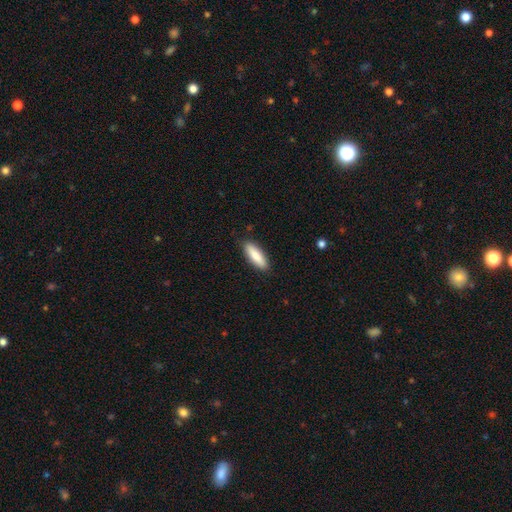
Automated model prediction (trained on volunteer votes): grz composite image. It shows a smooth galaxy with no disk features (82%) that is cigar-shaped (50%). Merging: none (88%).